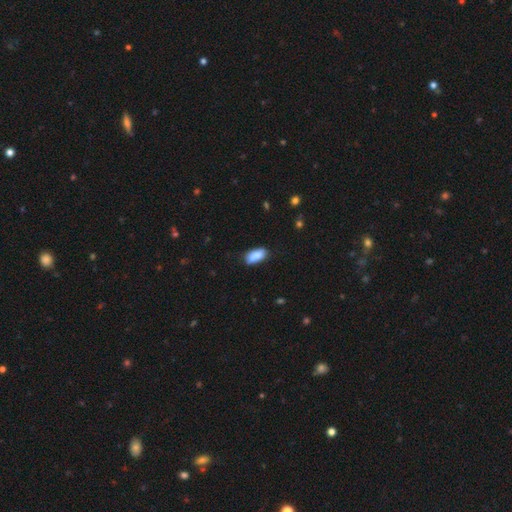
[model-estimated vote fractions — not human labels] Overall: smooth (85%). How rounded: in between (87%). Merging: none (67%).